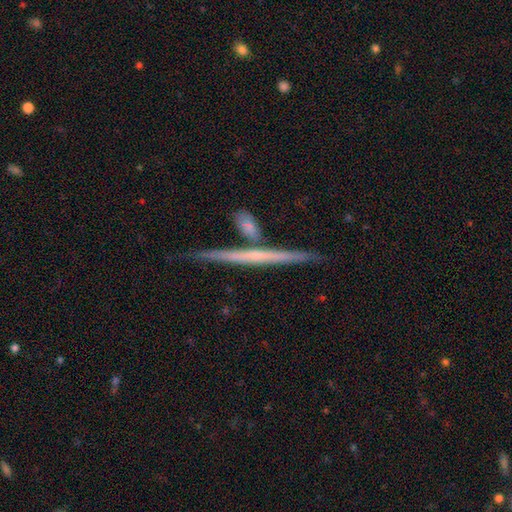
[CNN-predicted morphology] This appears to be a featured or disk galaxy (63%) viewed edge-on (97%) with no central bulge (81%). Merging: none (80%).